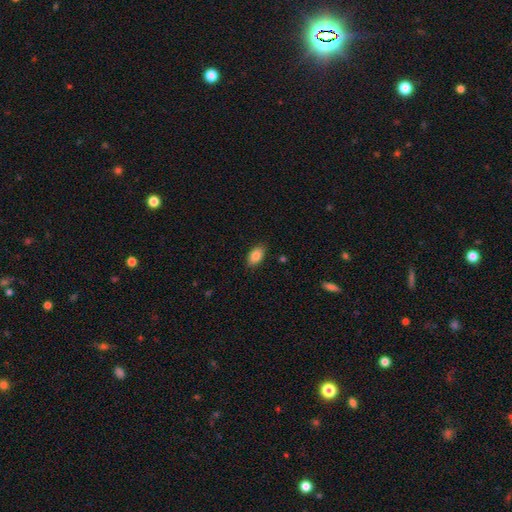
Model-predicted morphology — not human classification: Smooth or featured: smooth — 86% (star or artifact — 8%)
How rounded: in between — 91% (round — 6%)
Merging: none — 87% (minor disturbance — 10%)